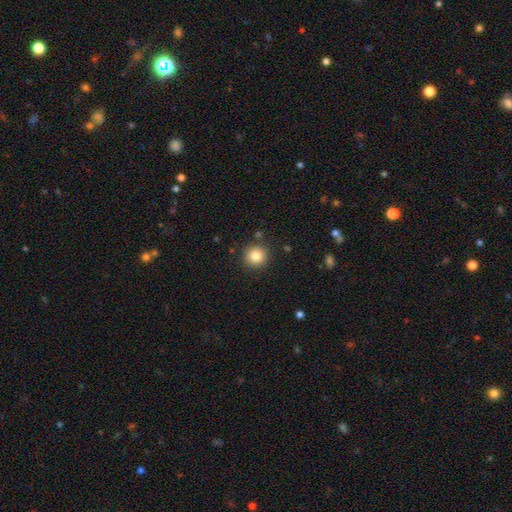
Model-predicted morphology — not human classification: smooth-or-featured: smooth: 83% | star or artifact: 10% | featured or disk: 7%
  how-rounded: round: 94% | in between: 5% | cigar-shaped: 1%
  merging: none: 89% | minor disturbance: 7% | major disturbance: 2% | merger: 2%